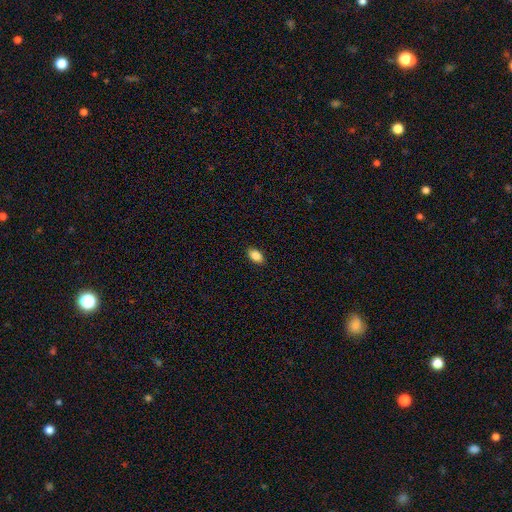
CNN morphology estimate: This appears to be a smooth galaxy with no disk features (86%) that is in between round and cigar-shaped (90%). Merging: none (89%).